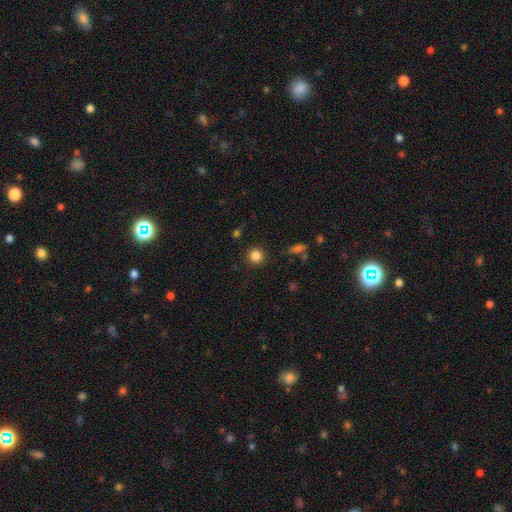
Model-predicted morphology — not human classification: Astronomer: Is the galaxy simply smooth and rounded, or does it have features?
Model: smooth — 84%.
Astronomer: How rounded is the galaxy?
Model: round — 94%.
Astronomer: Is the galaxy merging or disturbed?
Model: none — 90%.